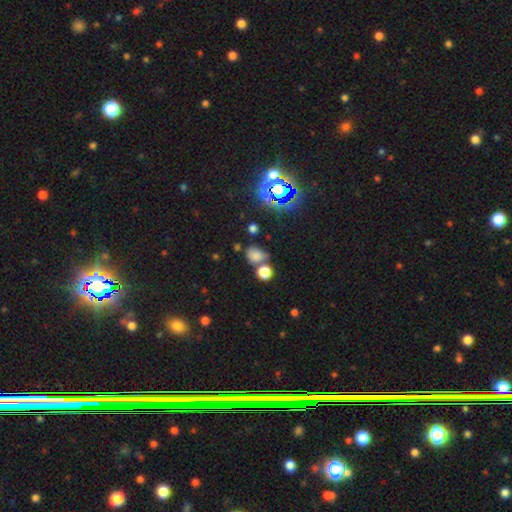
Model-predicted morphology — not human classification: Smooth or featured: smooth — 70% (star or artifact — 22%)
How rounded: round — 59% (in between — 40%)
Merging: none — 54% (merger — 27%)